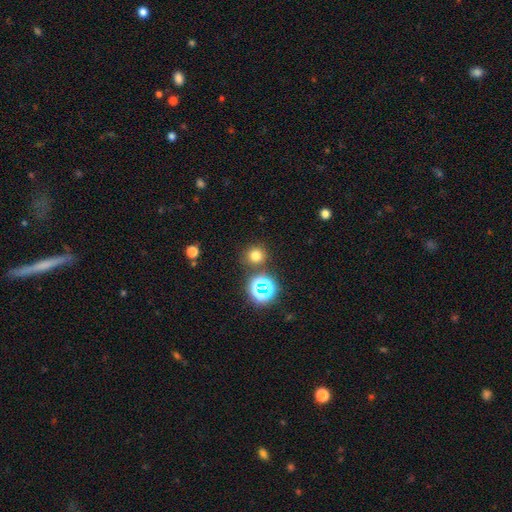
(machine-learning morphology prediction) Smooth or featured? Predicted: smooth (p=0.70). How rounded? Predicted: round (p=0.92). Merging? Predicted: none (p=0.83).